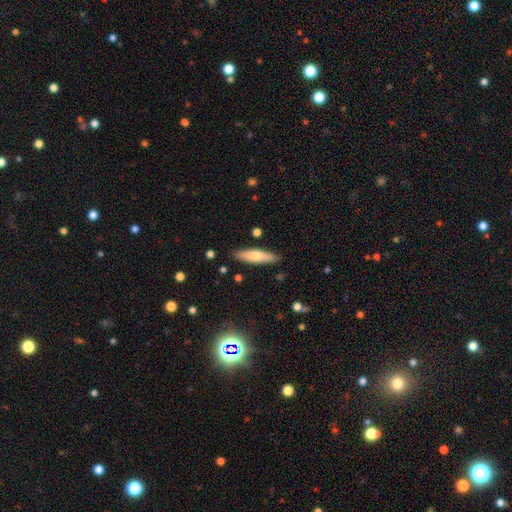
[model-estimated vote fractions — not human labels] Smooth or featured: smooth — 67% (featured or disk — 27%)
How rounded: cigar-shaped — 71% (in between — 27%)
Merging: none — 88% (minor disturbance — 9%)